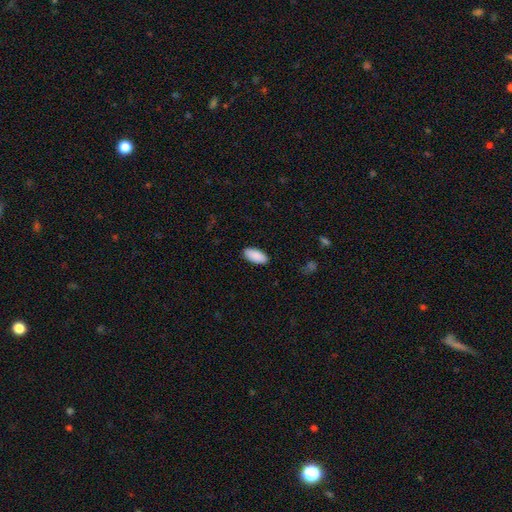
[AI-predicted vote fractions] Morphology: type=smooth (90%); roundness=in between (92%); merging=none (89%).